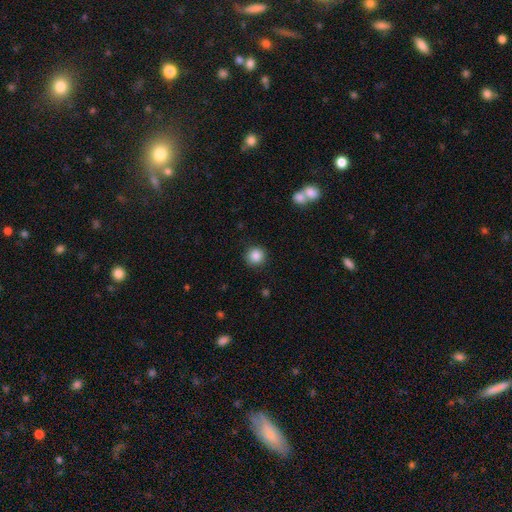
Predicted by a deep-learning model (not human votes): A smooth galaxy with no disk features (87%) that is round (94%).

Vote fractions:
- Smooth or featured? smooth: 87% / star or artifact: 10% / featured or disk: 4%
- How rounded? round: 94% / in between: 5% / cigar-shaped: 1%
- Merging? none: 91% / minor disturbance: 6% / major disturbance: 2% / merger: 1%